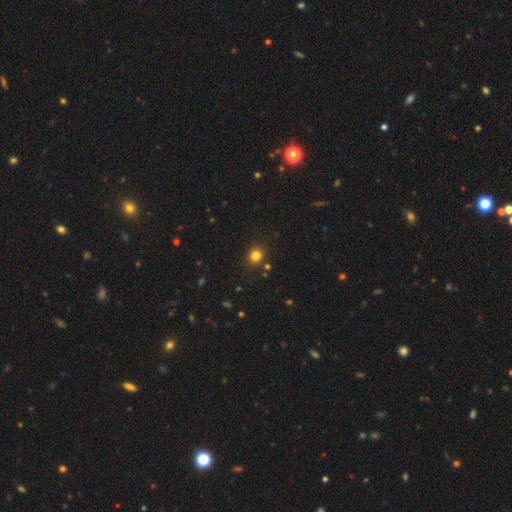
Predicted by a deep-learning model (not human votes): Smooth or featured? Predicted: smooth (p=0.80). How rounded? Predicted: round (p=0.74). Merging? Predicted: none (p=0.86).